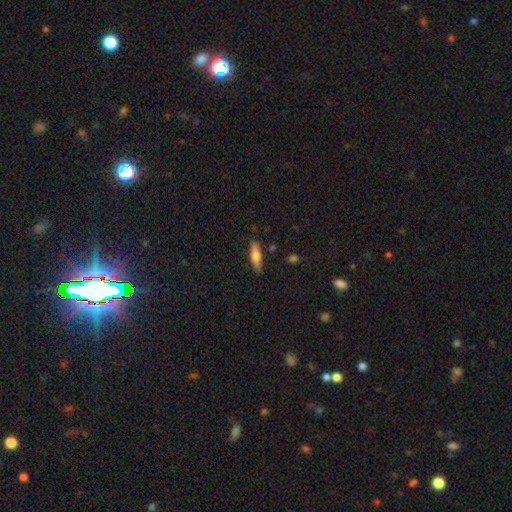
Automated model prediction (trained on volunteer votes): smooth-or-featured: smooth: 72% | featured or disk: 21% | star or artifact: 6%
  how-rounded: cigar-shaped: 61% | in between: 37% | round: 2%
  merging: none: 85% | minor disturbance: 11% | major disturbance: 2% | merger: 2%